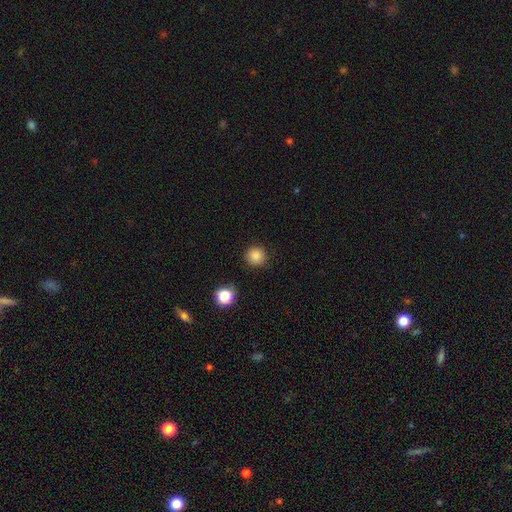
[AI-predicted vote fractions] Smooth or featured? smooth (85%)
How rounded? round (94%)
Merging? none (88%)